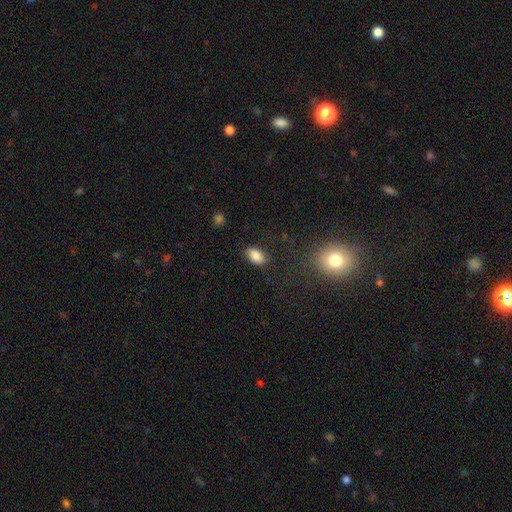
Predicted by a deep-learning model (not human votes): smooth 86%, star or artifact 9%, featured or disk 5%. Down the decision tree: how rounded — in between (91%); merging — none (83%).